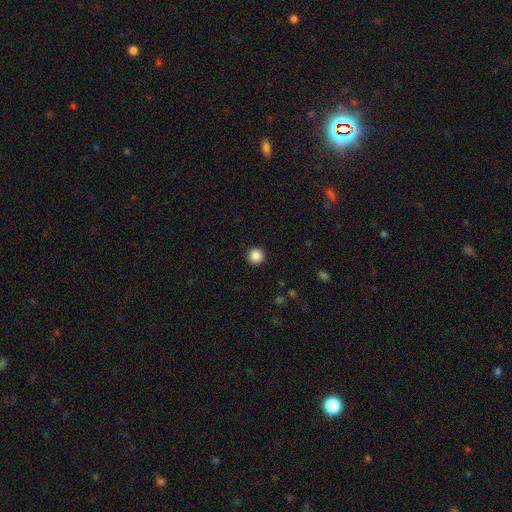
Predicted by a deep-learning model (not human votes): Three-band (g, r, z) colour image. It shows a smooth galaxy with no disk features (87%) that is round (96%). Merging: none (93%).